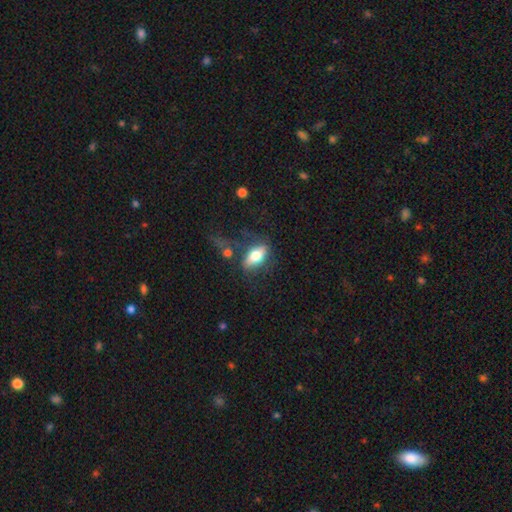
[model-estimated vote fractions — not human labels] Smooth or featured?
  - smooth: 63% *
  - featured or disk: 30%
  - star or artifact: 7%
How rounded?
  - in between: 83% *
  - cigar-shaped: 12%
  - round: 5%
Merging?
  - none: 54% *
  - minor disturbance: 20%
  - major disturbance: 16%
  - merger: 10%